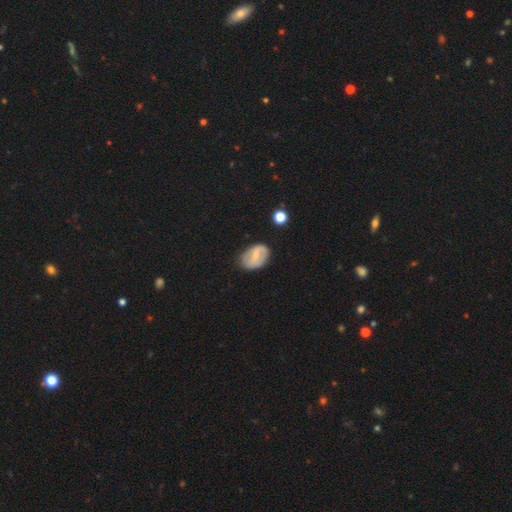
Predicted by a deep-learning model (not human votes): This is possibly a smooth galaxy (50%). Merging: likely none (67%).